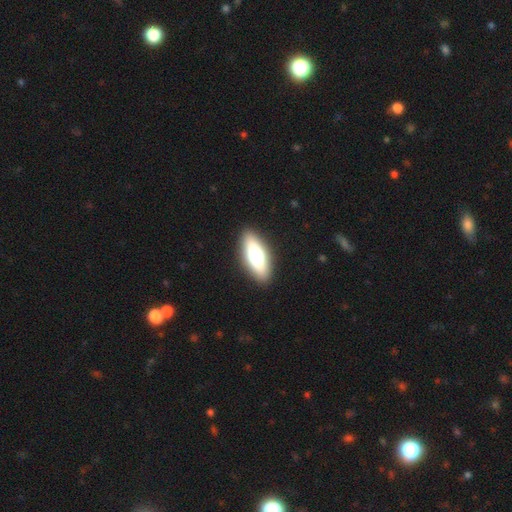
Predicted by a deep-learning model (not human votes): smooth 62%, featured or disk 31%, star or artifact 7%. Down the decision tree: how rounded — in between (67%); merging — none (89%).